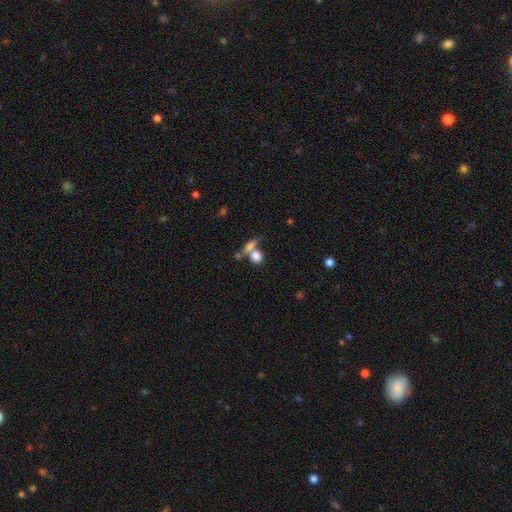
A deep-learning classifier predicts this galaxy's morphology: Smooth or featured? smooth (78%)
How rounded? round (60%)
Merging? merger (43%)